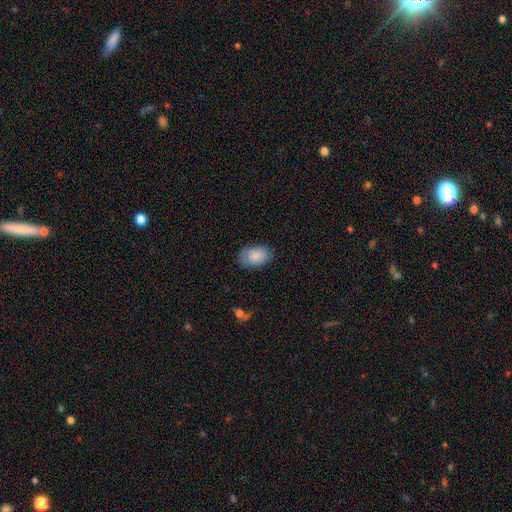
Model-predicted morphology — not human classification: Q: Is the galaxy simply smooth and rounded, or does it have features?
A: smooth — 85%.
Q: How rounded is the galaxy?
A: in between — 89%.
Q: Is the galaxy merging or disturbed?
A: none — 81%.